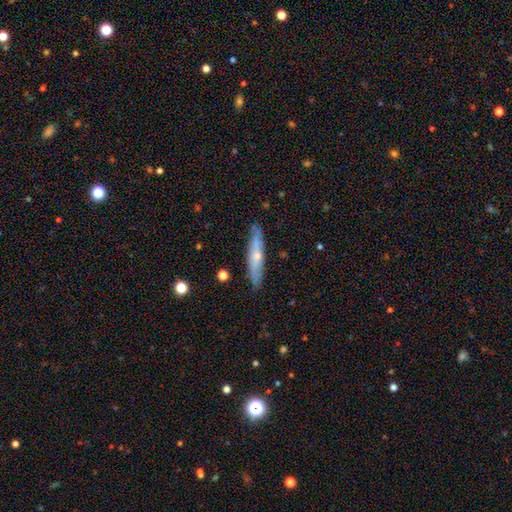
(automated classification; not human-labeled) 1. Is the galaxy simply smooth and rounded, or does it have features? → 55% featured or disk, 38% smooth, 7% star or artifact.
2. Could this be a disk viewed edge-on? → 73% yes, 27% no.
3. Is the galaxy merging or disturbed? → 86% none, 11% minor disturbance, 2% major disturbance, 1% merger.